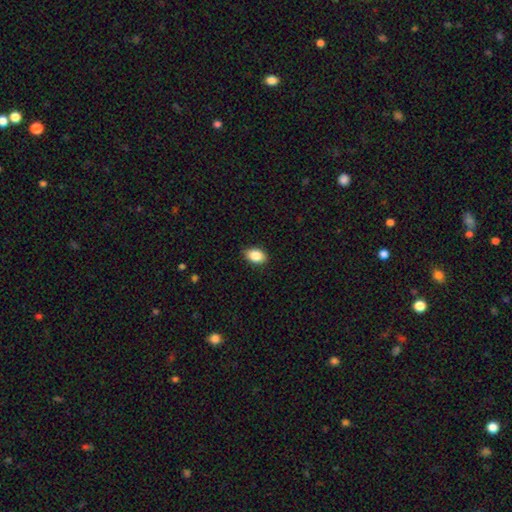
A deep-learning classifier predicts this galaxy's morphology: type=smooth (87%); roundness=in between (86%); merging=none (87%).